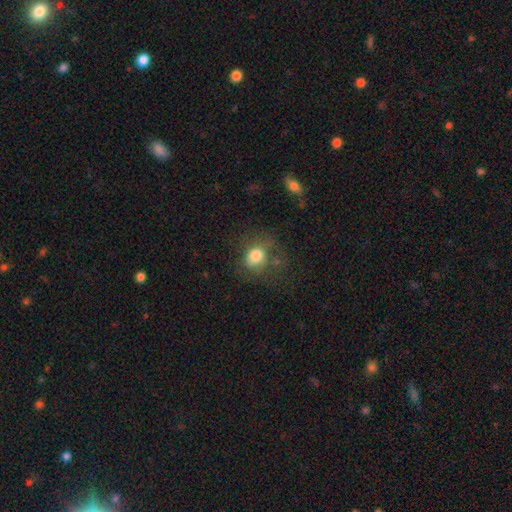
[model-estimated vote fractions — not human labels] Smooth or featured? smooth (73%)
How rounded? round (58%)
Merging? none (45%)